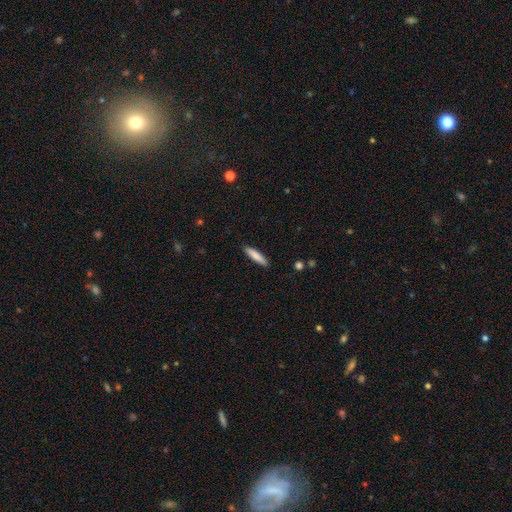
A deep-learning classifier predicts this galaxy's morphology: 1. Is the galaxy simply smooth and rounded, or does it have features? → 82% smooth, 12% featured or disk, 6% star or artifact.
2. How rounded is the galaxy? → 83% cigar-shaped, 16% in between, 1% round.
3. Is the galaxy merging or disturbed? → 90% none, 7% minor disturbance, 2% major disturbance, 1% merger.